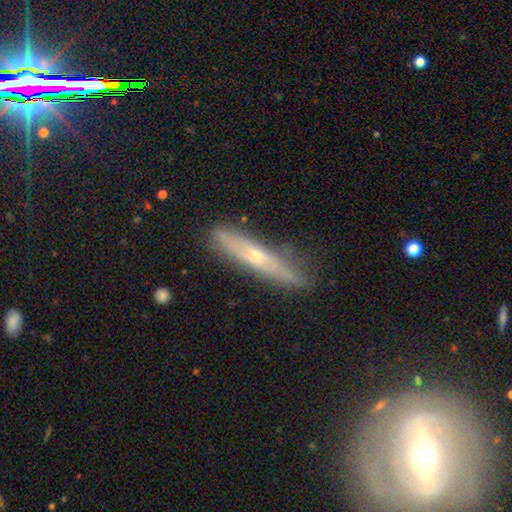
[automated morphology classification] Smooth or featured? Predicted: featured or disk (p=0.55). Edge-on disk? Predicted: yes (p=0.83). Merging? Predicted: none (p=0.77).